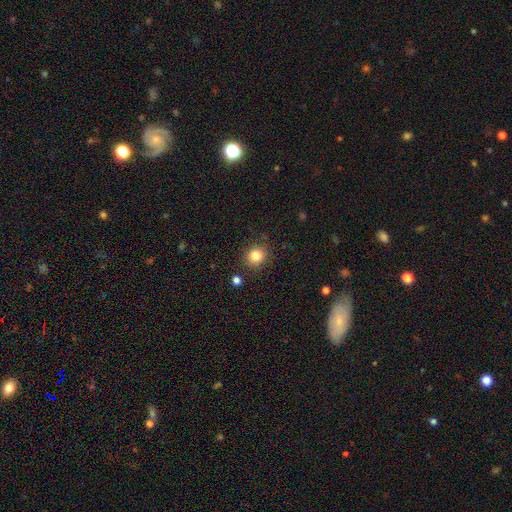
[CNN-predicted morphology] Smooth or featured? smooth (82%)
How rounded? round (85%)
Merging? none (87%)